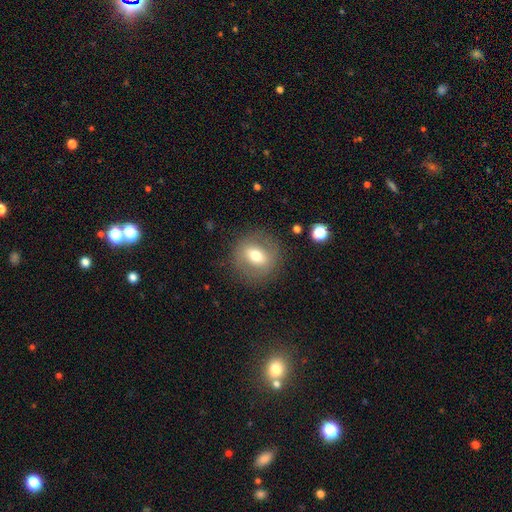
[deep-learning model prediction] Morphology: type=smooth (59%); roundness=round (76%); merging=none (82%).